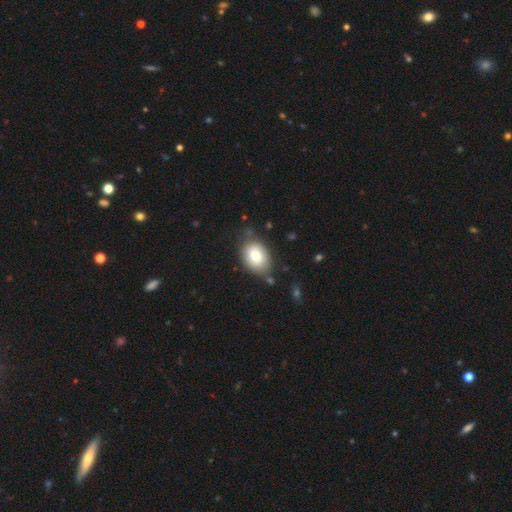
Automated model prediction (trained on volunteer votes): smooth-or-featured: smooth: 78% | featured or disk: 14% | star or artifact: 8%
  how-rounded: in between: 82% | round: 17% | cigar-shaped: 1%
  merging: none: 72% | minor disturbance: 20% | major disturbance: 5% | merger: 4%